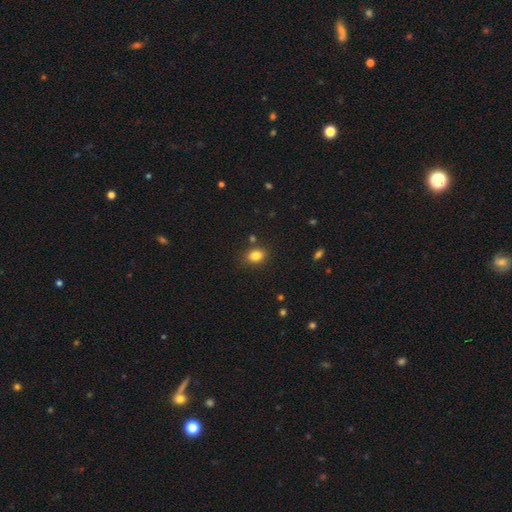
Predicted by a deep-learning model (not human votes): Smooth or featured? smooth (84%)
How rounded? in between (61%)
Merging? none (83%)